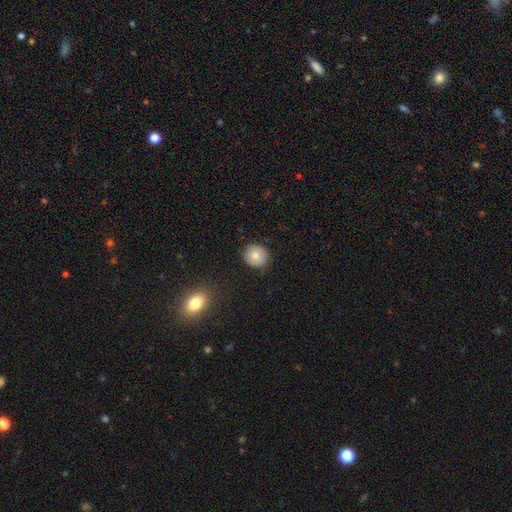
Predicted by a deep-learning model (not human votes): smooth_or_featured: smooth (p=0.77) [alt: featured or disk p=0.14]
how_rounded: round (p=0.88) [alt: in between p=0.11]
merging: none (p=0.87) [alt: minor disturbance p=0.10]